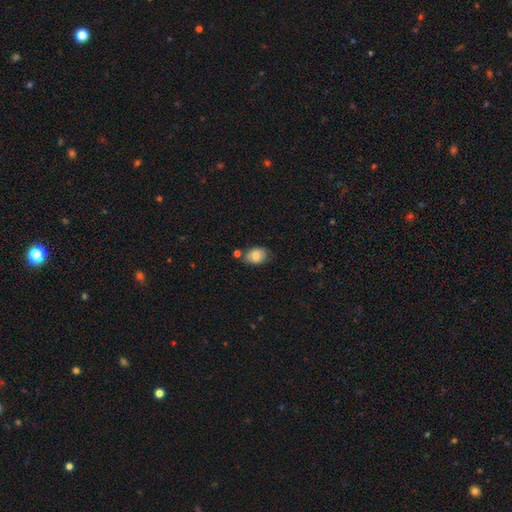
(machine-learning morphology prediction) smooth_or_featured: smooth (p=0.76) [alt: featured or disk p=0.15]
how_rounded: in between (p=0.77) [alt: round p=0.21]
merging: none (p=0.63) [alt: minor disturbance p=0.22]